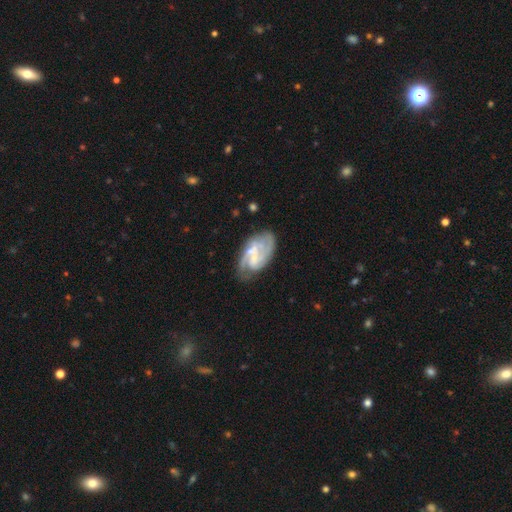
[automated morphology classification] Smooth or featured? Predicted: featured or disk (p=0.78). Edge-on disk? Predicted: no (p=0.97). Bar? Predicted: weak (p=0.48). Spiral arms? Predicted: yes (p=0.89). Spiral winding? Predicted: medium (p=0.44). Spiral arm count? Predicted: 2 (p=0.58). Bulge size? Predicted: small (p=0.48). Merging? Predicted: none (p=0.60).